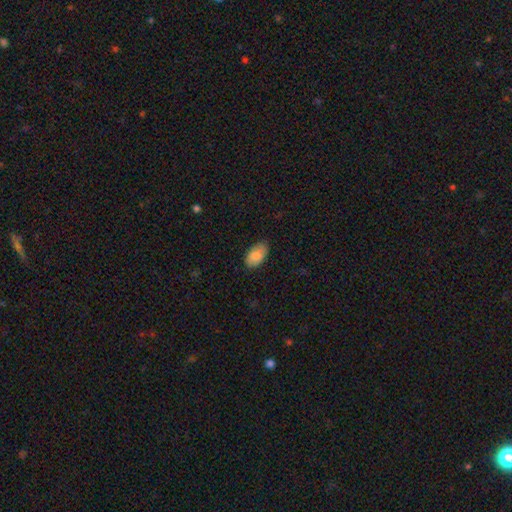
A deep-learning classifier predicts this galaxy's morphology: Smooth or featured?
  - smooth: 83% *
  - featured or disk: 11%
  - star or artifact: 6%
How rounded?
  - in between: 94% *
  - round: 5%
  - cigar-shaped: 1%
Merging?
  - none: 83% *
  - minor disturbance: 14%
  - major disturbance: 2%
  - merger: 1%